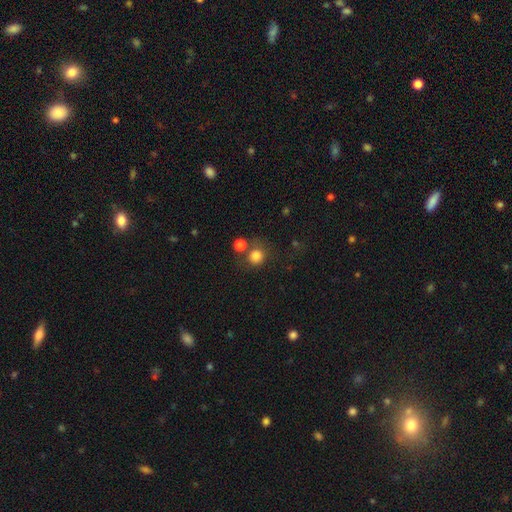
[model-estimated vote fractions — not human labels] Morphology: type=smooth (81%); roundness=round (89%); merging=none (64%).